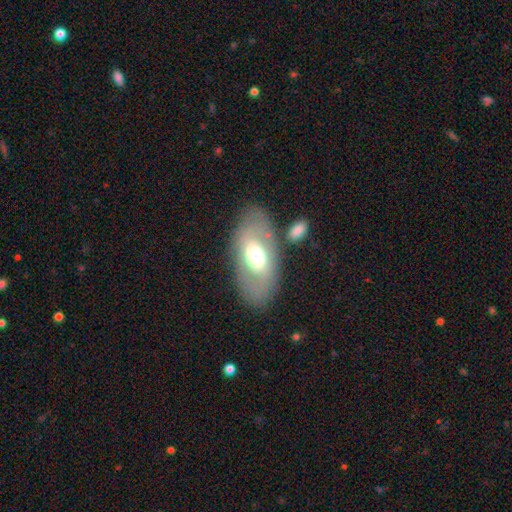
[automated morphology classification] smooth_or_featured: featured or disk (p=0.48) [alt: smooth p=0.45]
merging: none (p=0.73) [alt: minor disturbance p=0.13]